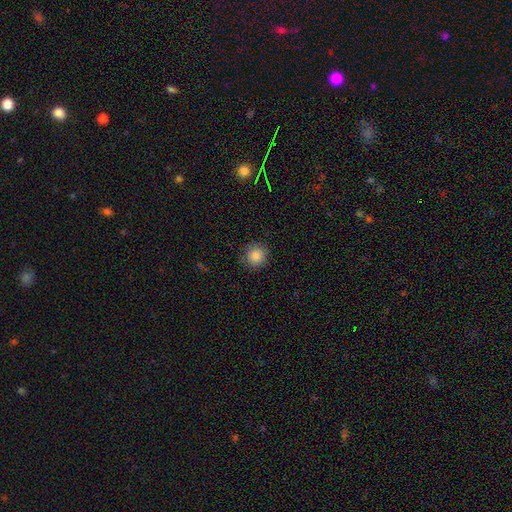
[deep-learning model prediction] smooth_or_featured: smooth (p=0.85) [alt: star or artifact p=0.10]
how_rounded: round (p=0.93) [alt: in between p=0.06]
merging: none (p=0.88) [alt: minor disturbance p=0.09]